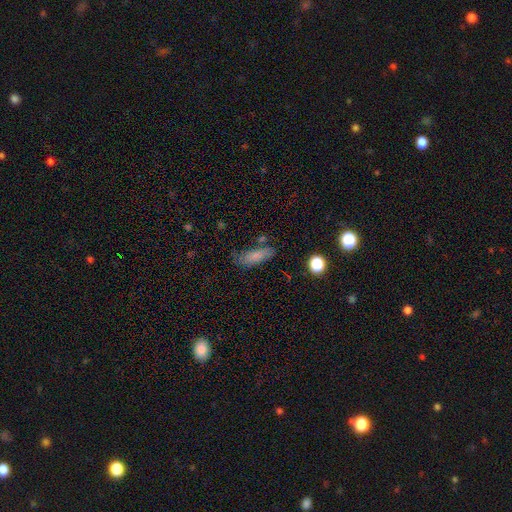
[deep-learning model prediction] Smooth or featured? smooth (78%)
How rounded? in between (57%)
Merging? none (67%)